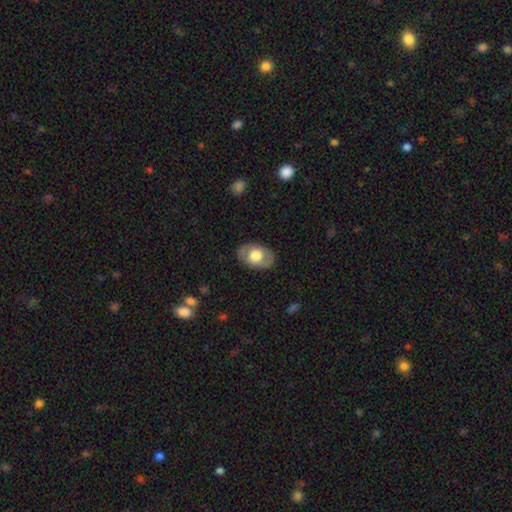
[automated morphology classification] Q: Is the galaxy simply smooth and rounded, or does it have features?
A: smooth — 54%.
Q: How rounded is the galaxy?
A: in between — 83%.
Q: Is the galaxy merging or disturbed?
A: none — 83%.